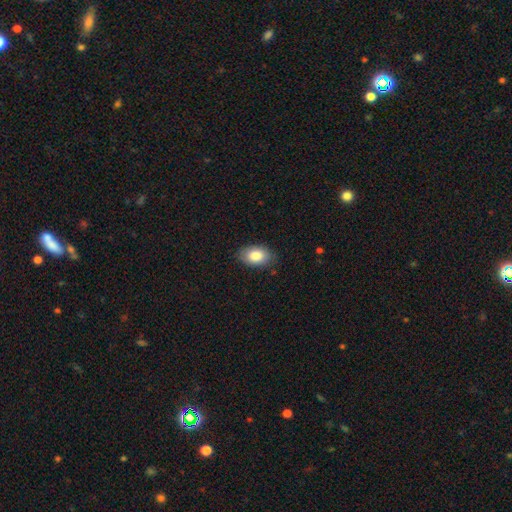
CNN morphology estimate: This appears to be a smooth galaxy with no disk features (85%) that is in between round and cigar-shaped (90%). Merging: none (83%).